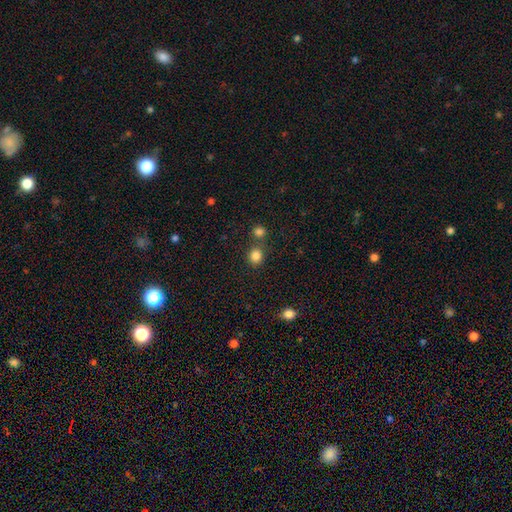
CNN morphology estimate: A smooth galaxy with no disk features (84%) that is round (79%).

Vote fractions:
- Smooth or featured? smooth: 84% / star or artifact: 12% / featured or disk: 4%
- How rounded? round: 79% / in between: 20% / cigar-shaped: 1%
- Merging? none: 70% / merger: 19% / minor disturbance: 8% / major disturbance: 3%